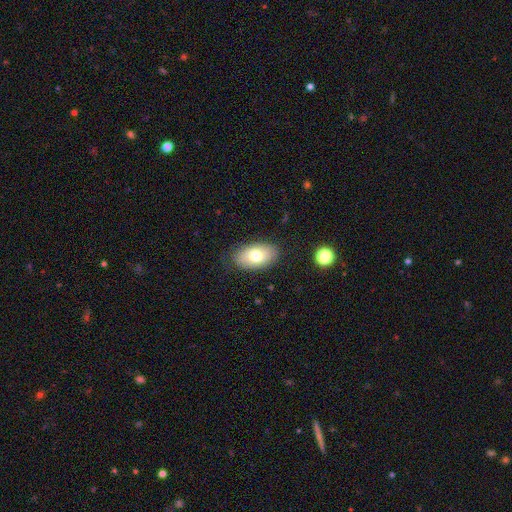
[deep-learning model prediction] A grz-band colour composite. It shows a smooth galaxy with no disk features (73%) that is in between round and cigar-shaped (93%). Merging: none (82%).